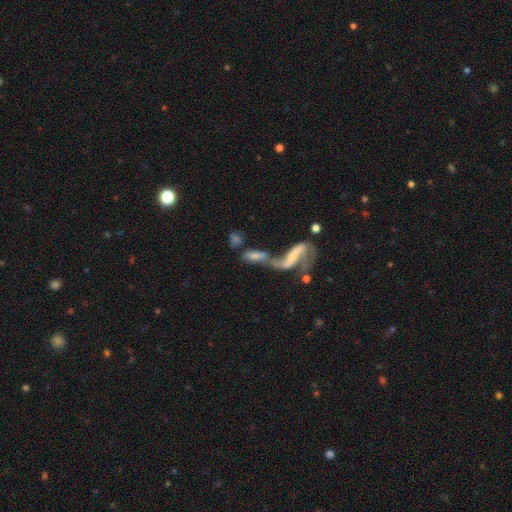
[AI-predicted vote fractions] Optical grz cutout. It shows a featured or disk galaxy (52%). Merging: merger (65%).